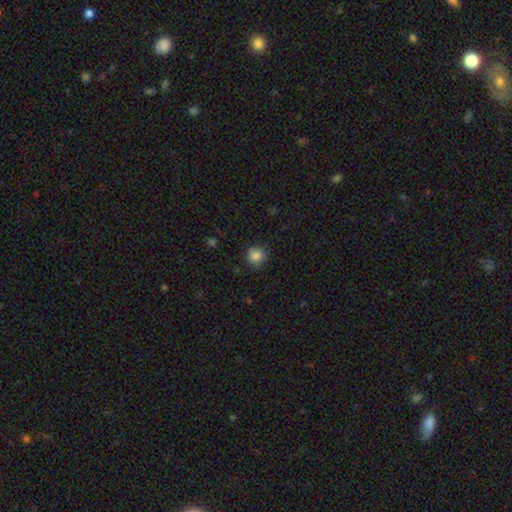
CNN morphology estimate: Smooth or featured?
  - smooth: 85% *
  - star or artifact: 10%
  - featured or disk: 4%
How rounded?
  - round: 91% *
  - in between: 8%
  - cigar-shaped: 1%
Merging?
  - none: 83% *
  - minor disturbance: 13%
  - major disturbance: 3%
  - merger: 1%